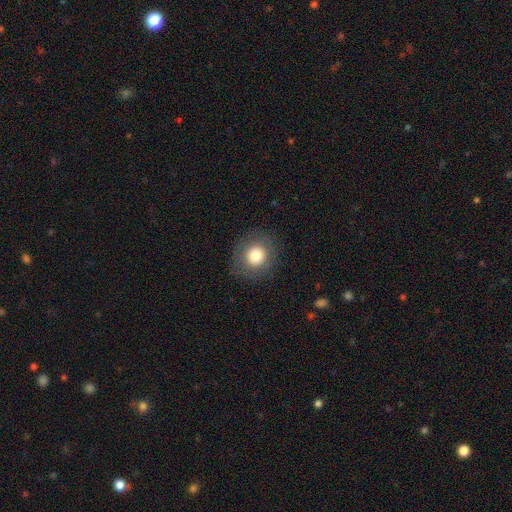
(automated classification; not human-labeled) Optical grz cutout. It shows a smooth galaxy with no disk features (76%) that is round (89%). Merging: none (87%).